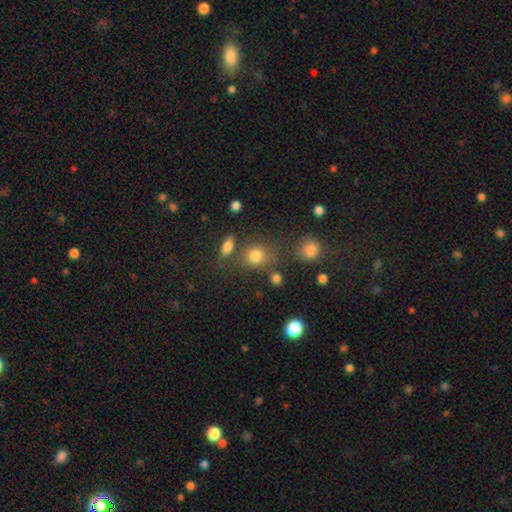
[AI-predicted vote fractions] Overall: smooth (79%). How rounded: round (76%). Merging: none (67%).